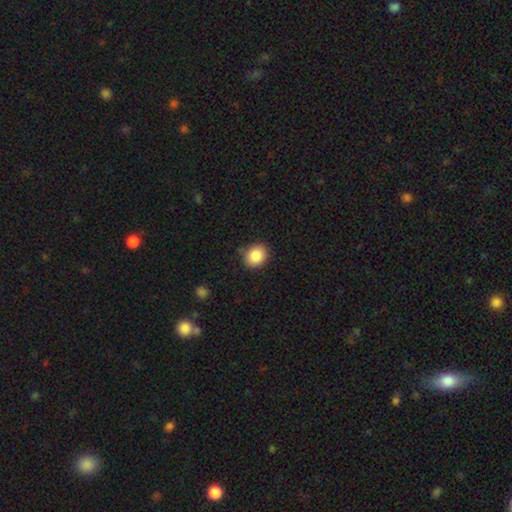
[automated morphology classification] Smooth or featured: smooth — 86% (star or artifact — 9%)
How rounded: round — 64% (in between — 35%)
Merging: none — 85% (minor disturbance — 11%)